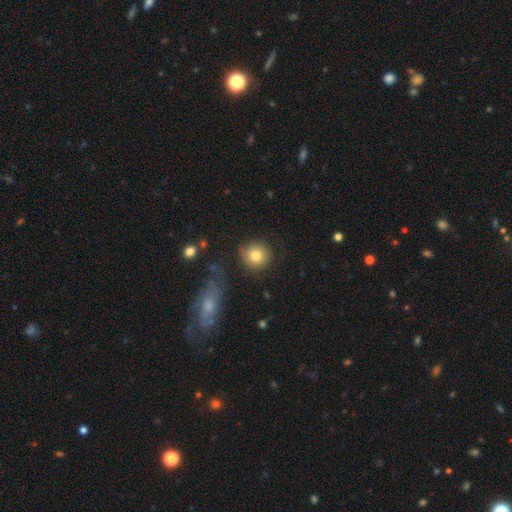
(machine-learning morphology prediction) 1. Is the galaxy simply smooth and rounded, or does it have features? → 80% smooth, 11% featured or disk, 9% star or artifact.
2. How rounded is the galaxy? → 93% round, 6% in between, 1% cigar-shaped.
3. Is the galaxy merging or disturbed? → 80% none, 13% minor disturbance, 5% major disturbance, 3% merger.